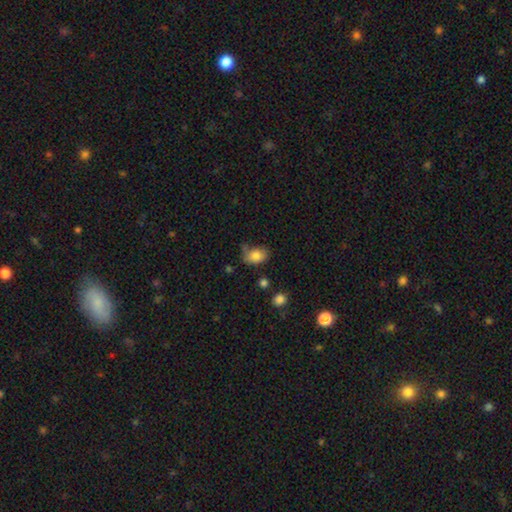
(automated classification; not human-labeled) smooth 83%, star or artifact 9%, featured or disk 8%. Down the decision tree: how rounded — in between (79%); merging — none (55%).